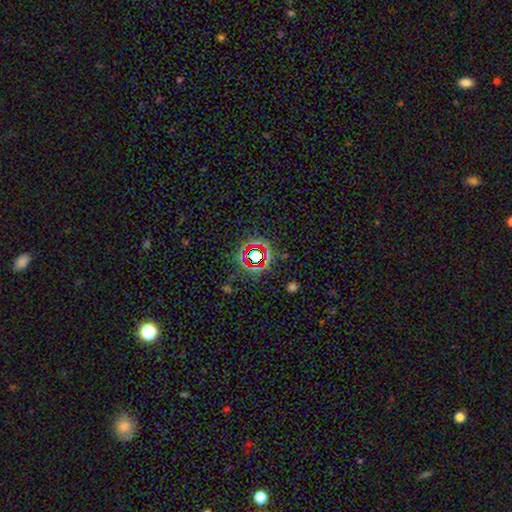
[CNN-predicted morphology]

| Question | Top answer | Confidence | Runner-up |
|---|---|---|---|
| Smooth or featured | star or artifact | 71% | smooth (19%) |